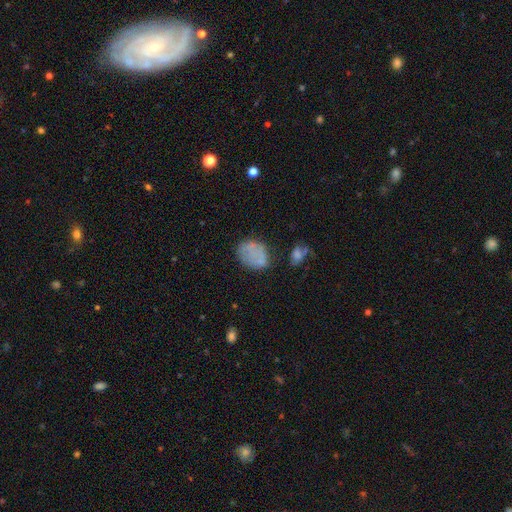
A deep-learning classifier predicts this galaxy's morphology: A smooth galaxy with no disk features (68%) that is in between round and cigar-shaped (67%).

Vote fractions:
- Smooth or featured? smooth: 68% / featured or disk: 20% / star or artifact: 12%
- How rounded? in between: 67% / round: 31% / cigar-shaped: 1%
- Merging? none: 54% / minor disturbance: 25% / major disturbance: 13% / merger: 8%